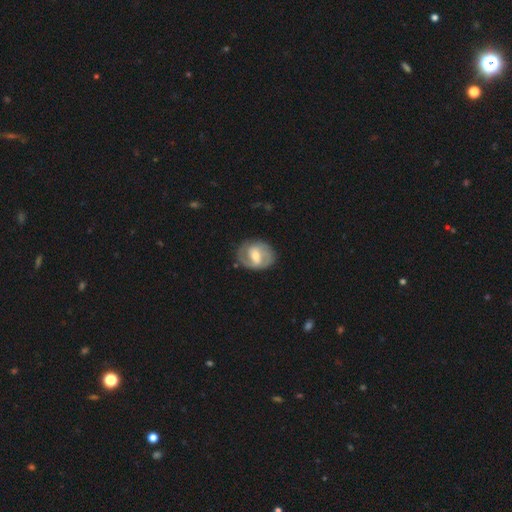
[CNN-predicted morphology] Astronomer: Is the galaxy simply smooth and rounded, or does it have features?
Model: featured or disk — 77%.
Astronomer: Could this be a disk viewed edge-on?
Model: no — 97%.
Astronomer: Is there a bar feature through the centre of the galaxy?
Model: weak — 50% (runner-up: strong, 28%).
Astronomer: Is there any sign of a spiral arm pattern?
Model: yes — 90%.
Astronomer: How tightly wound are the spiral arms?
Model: medium — 45% (runner-up: tight, 41%).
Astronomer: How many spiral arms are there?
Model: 2 — 76%.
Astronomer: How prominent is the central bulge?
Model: moderate — 60%.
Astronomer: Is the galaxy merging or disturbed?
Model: none — 77%.